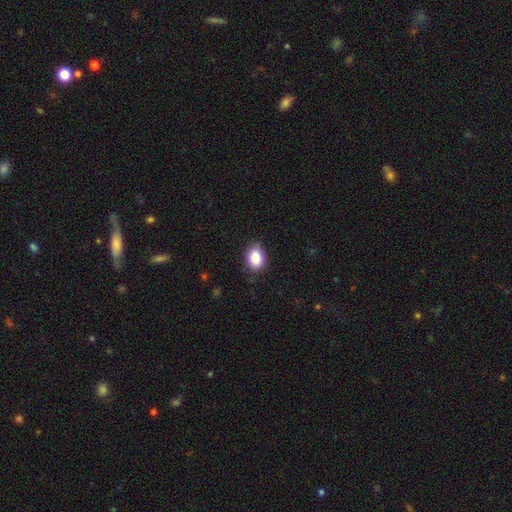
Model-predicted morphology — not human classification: Smooth or featured? Predicted: smooth (p=0.87). How rounded? Predicted: in between (p=0.78). Merging? Predicted: none (p=0.82).